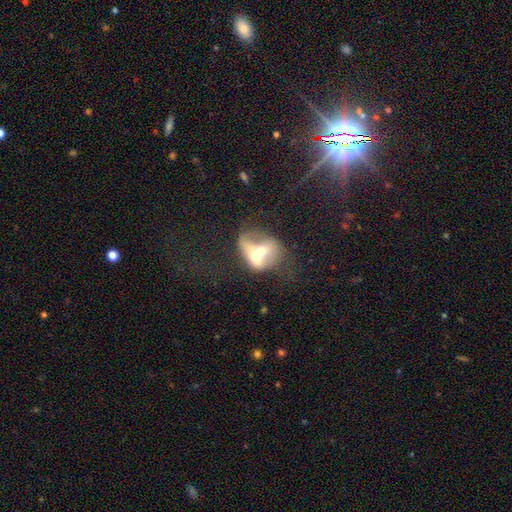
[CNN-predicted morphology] type=smooth (48%); merging=merger (77%).